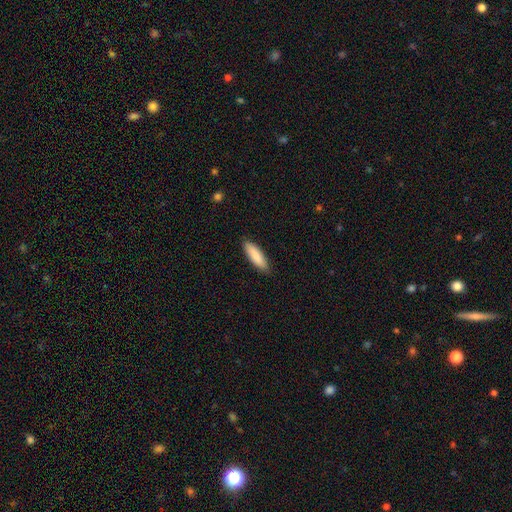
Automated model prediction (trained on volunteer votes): smooth_or_featured: smooth (p=0.88) [alt: featured or disk p=0.07]
how_rounded: cigar-shaped (p=0.55) [alt: in between p=0.43]
merging: none (p=0.87) [alt: minor disturbance p=0.10]